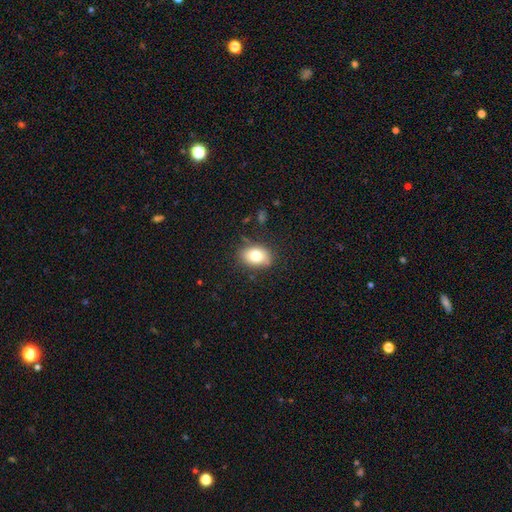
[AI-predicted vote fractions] The model was most divided on "how rounded": in between: 76%, round: 23%, cigar-shaped: 1%. More confident: merging — none (80%); smooth or featured — smooth (77%).